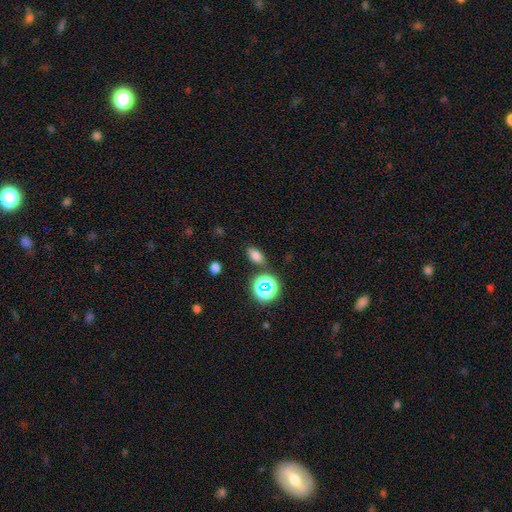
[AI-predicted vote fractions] Smooth or featured?
  - smooth: 72% *
  - star or artifact: 20%
  - featured or disk: 8%
How rounded?
  - in between: 83% *
  - round: 14%
  - cigar-shaped: 4%
Merging?
  - none: 81% *
  - minor disturbance: 11%
  - merger: 5%
  - major disturbance: 3%